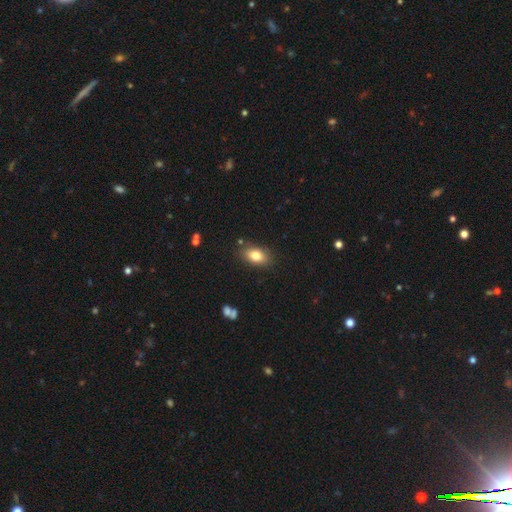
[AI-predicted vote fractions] Overall: smooth (81%). How rounded: in between (87%). Merging: none (83%).